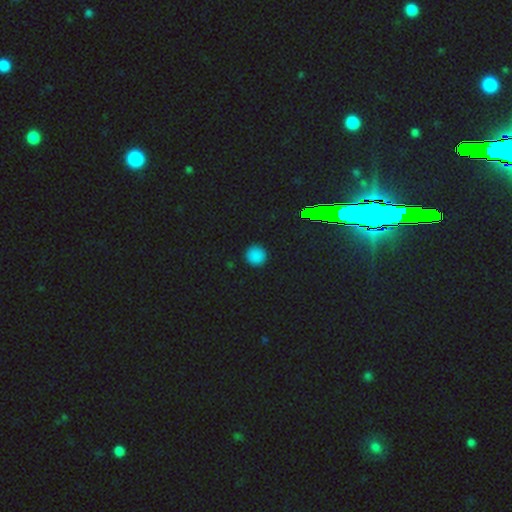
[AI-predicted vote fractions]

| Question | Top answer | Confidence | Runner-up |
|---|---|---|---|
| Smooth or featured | smooth | 79% | star or artifact (18%) |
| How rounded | round | 95% | in between (4%) |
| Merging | none | 92% | minor disturbance (5%) |